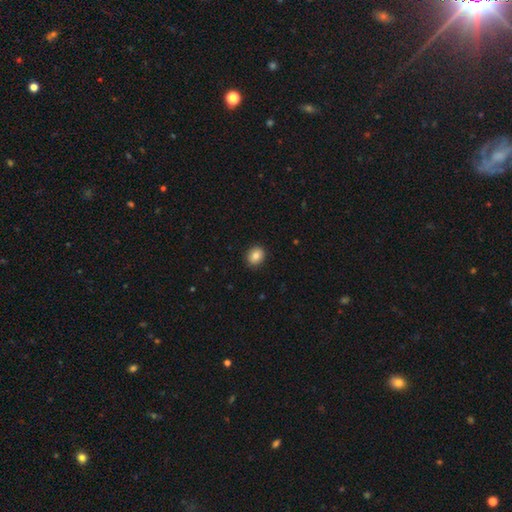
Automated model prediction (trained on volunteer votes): smooth_or_featured: smooth (p=0.84) [alt: star or artifact p=0.09]
how_rounded: round (p=0.68) [alt: in between p=0.31]
merging: none (p=0.90) [alt: minor disturbance p=0.07]